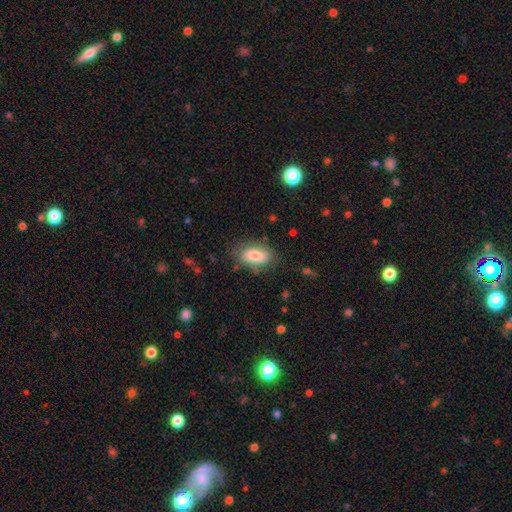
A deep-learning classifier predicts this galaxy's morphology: smooth 80%, featured or disk 14%, star or artifact 7%. Down the decision tree: how rounded — in between (91%); merging — none (76%).